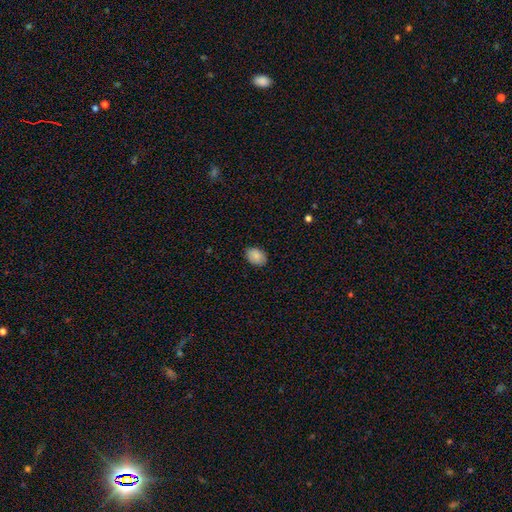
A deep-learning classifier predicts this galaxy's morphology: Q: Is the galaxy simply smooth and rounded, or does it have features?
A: smooth — 88%.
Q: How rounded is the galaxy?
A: in between — 82%.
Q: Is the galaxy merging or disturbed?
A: none — 86%.